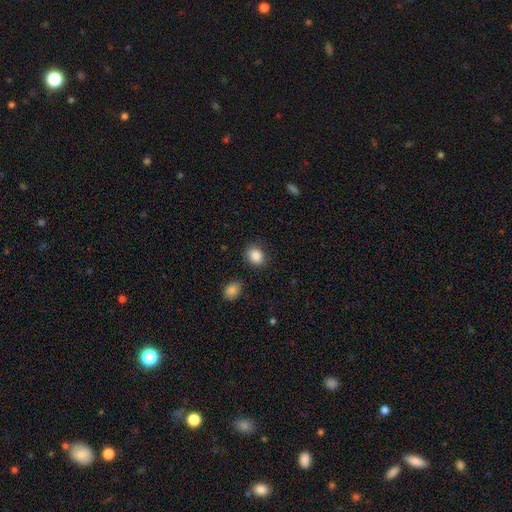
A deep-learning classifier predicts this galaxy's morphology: The model was most divided on "how rounded": round: 61%, in between: 38%, cigar-shaped: 1%. More confident: smooth or featured — smooth (87%); merging — none (83%).